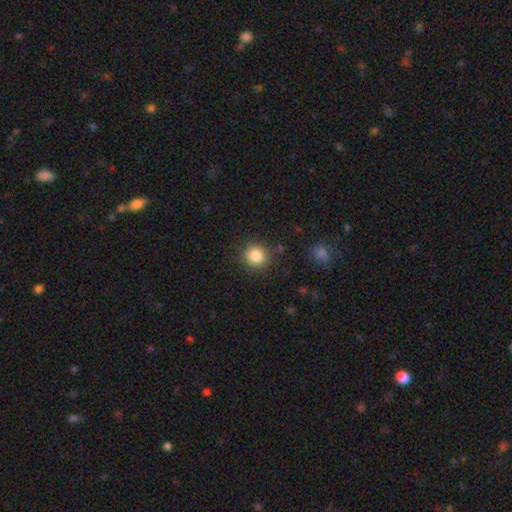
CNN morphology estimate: A smooth galaxy with no disk features (84%) that is round (91%).

Vote fractions:
- Smooth or featured? smooth: 84% / star or artifact: 10% / featured or disk: 5%
- How rounded? round: 91% / in between: 8% / cigar-shaped: 1%
- Merging? none: 86% / minor disturbance: 9% / major disturbance: 3% / merger: 2%